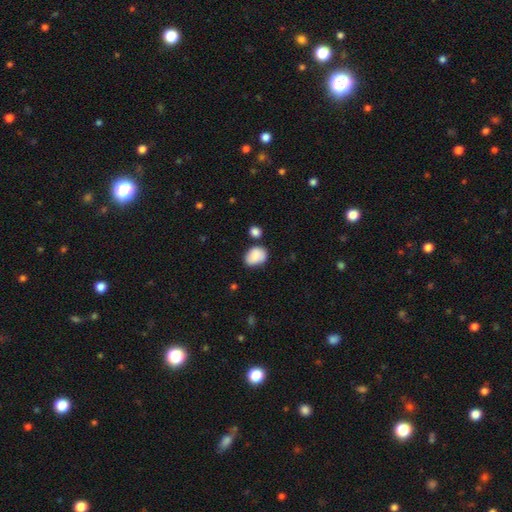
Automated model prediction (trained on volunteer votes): smooth 85%, star or artifact 7%, featured or disk 7%. Down the decision tree: how rounded — in between (70%); merging — none (62%).